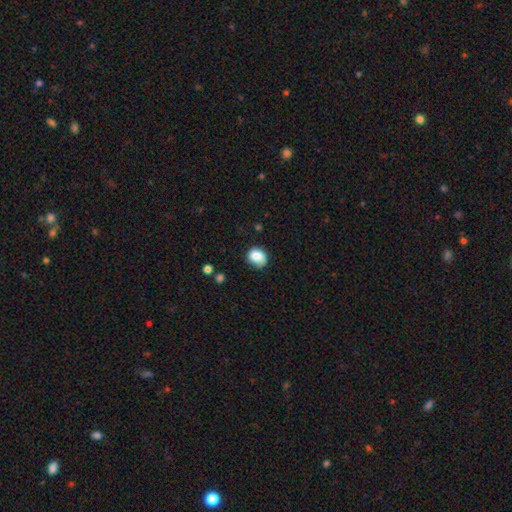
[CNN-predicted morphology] A smooth galaxy with no disk features (80%) that is round (64%).

Vote fractions:
- Smooth or featured? smooth: 80% / featured or disk: 11% / star or artifact: 8%
- How rounded? round: 64% / in between: 35% / cigar-shaped: 1%
- Merging? none: 63% / minor disturbance: 27% / major disturbance: 7% / merger: 3%